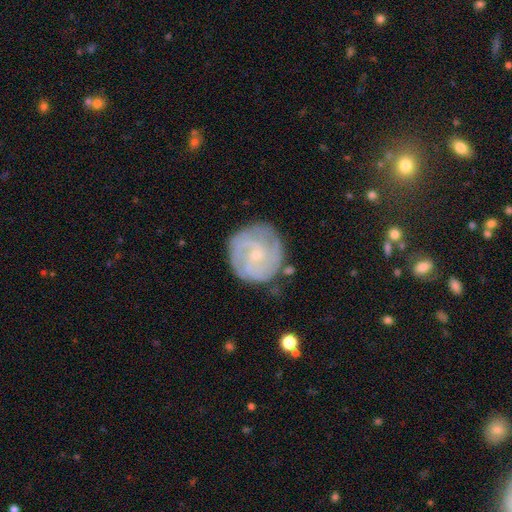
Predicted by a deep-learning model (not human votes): The model was most divided on "spiral arm count": 3: 28%, can't tell: 27%, 2: 26%, 4: 9%, 1: 5%, more than 4: 5%. More confident: edge-on disk — no (98%); spiral arms — yes (94%); bulge size — small (81%); smooth or featured — featured or disk (79%); merging — none (78%); bar — no (66%); spiral winding — tight (63%).